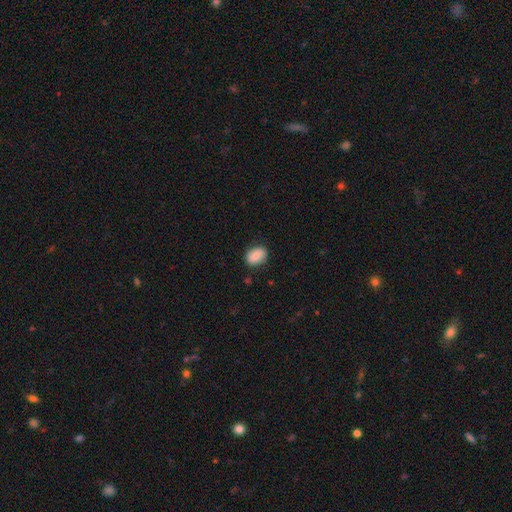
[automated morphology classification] smooth-or-featured: smooth: 84% | featured or disk: 9% | star or artifact: 7%
  how-rounded: in between: 72% | round: 27% | cigar-shaped: 1%
  merging: none: 81% | minor disturbance: 15% | major disturbance: 3% | merger: 1%